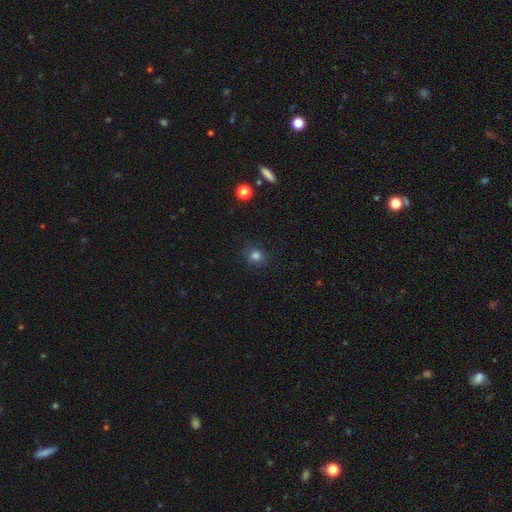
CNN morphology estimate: Smooth or featured?
  - smooth: 81% *
  - star or artifact: 14%
  - featured or disk: 5%
How rounded?
  - round: 81% *
  - in between: 18%
  - cigar-shaped: 1%
Merging?
  - none: 85% *
  - minor disturbance: 10%
  - major disturbance: 3%
  - merger: 1%